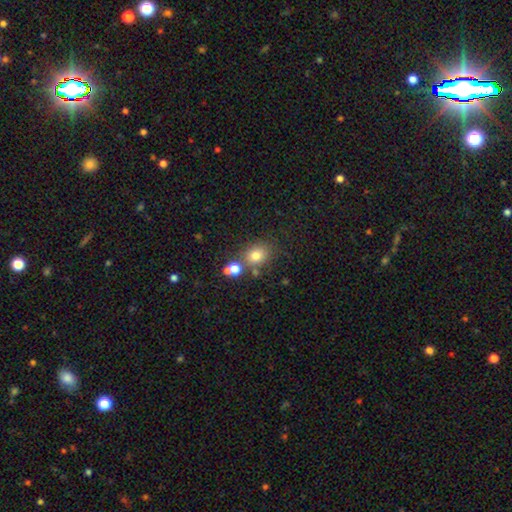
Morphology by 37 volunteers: This is clearly a smooth galaxy (81%). How rounded: likely round (60%). Merging: likely none (71%).